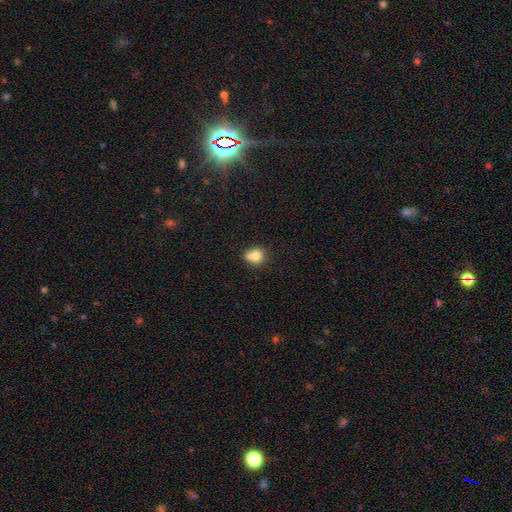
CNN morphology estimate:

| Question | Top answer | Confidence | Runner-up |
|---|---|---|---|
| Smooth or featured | smooth | 75% | featured or disk (14%) |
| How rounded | round | 76% | in between (23%) |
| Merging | none | 44% | merger (38%) |